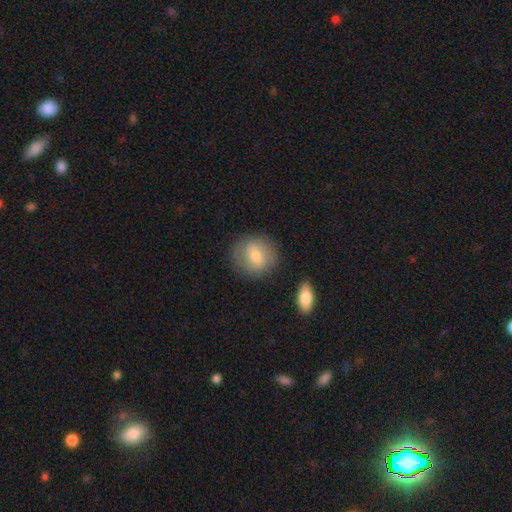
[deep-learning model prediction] Smooth or featured?
  - smooth: 57% *
  - featured or disk: 36%
  - star or artifact: 7%
How rounded?
  - round: 83% *
  - in between: 16%
  - cigar-shaped: 1%
Merging?
  - none: 81% *
  - minor disturbance: 12%
  - major disturbance: 4%
  - merger: 2%